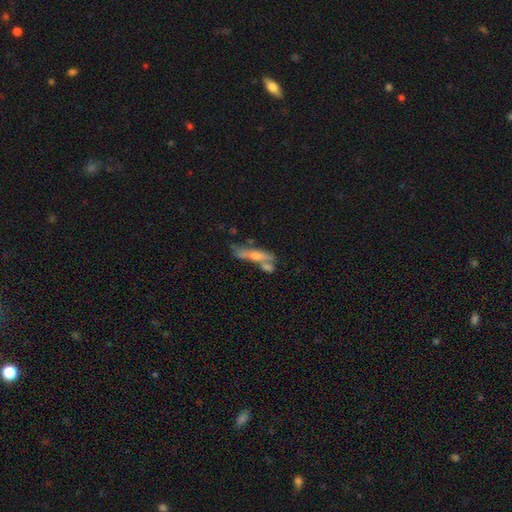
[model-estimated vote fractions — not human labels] A featured or disk galaxy (51%) viewed edge-on (67%).

Vote fractions:
- Smooth or featured? featured or disk: 51% / smooth: 40% / star or artifact: 10%
- Edge-on disk? yes: 67% / no: 33%
- Merging? none: 44% / merger: 29% / minor disturbance: 17% / major disturbance: 10%